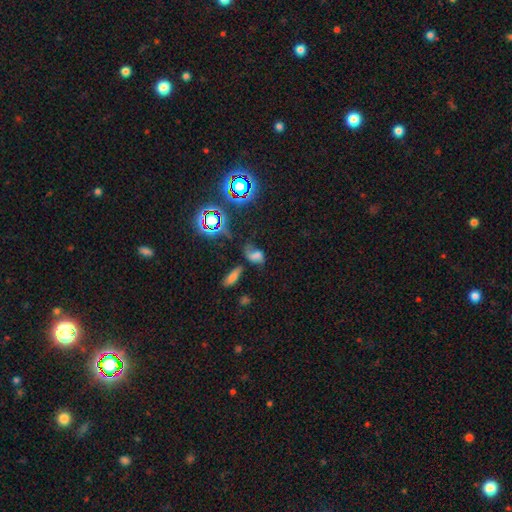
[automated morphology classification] smooth_or_featured: smooth (p=0.47) [alt: star or artifact p=0.30]
merging: none (p=0.34) [alt: merger p=0.25]